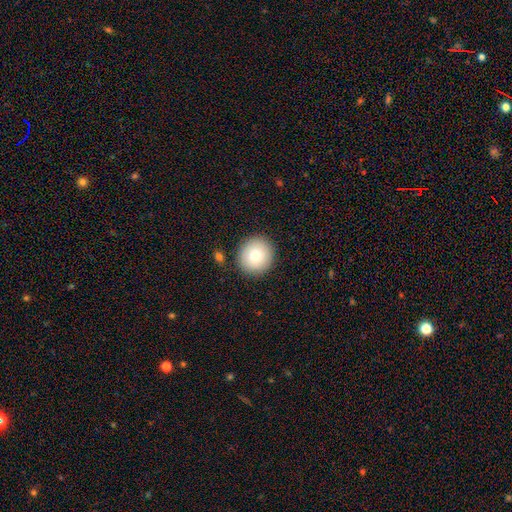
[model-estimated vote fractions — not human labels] Smooth or featured?
  - smooth: 82% *
  - featured or disk: 9%
  - star or artifact: 8%
How rounded?
  - round: 91% *
  - in between: 8%
  - cigar-shaped: 1%
Merging?
  - none: 88% *
  - minor disturbance: 8%
  - merger: 2%
  - major disturbance: 2%